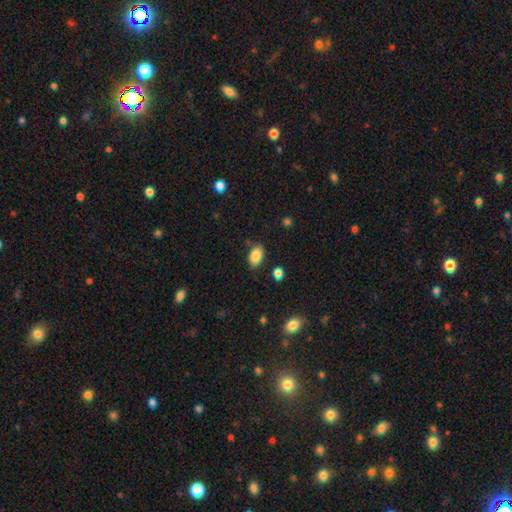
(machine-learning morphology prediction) smooth_or_featured: smooth (p=0.87) [alt: star or artifact p=0.08]
how_rounded: in between (p=0.87) [alt: round p=0.11]
merging: none (p=0.78) [alt: minor disturbance p=0.15]